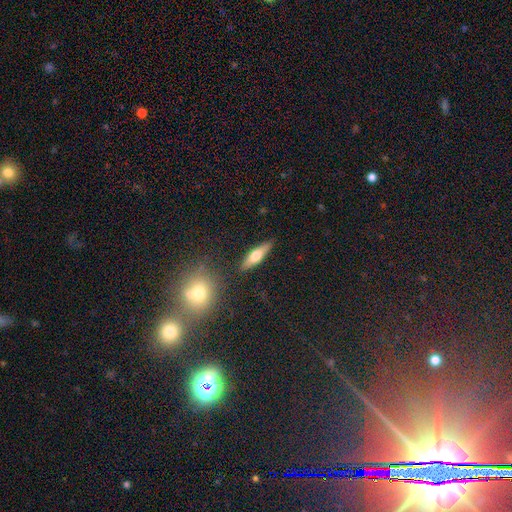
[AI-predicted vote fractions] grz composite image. It shows a smooth galaxy with no disk features (53%) that is cigar-shaped (68%). Merging: none (87%).